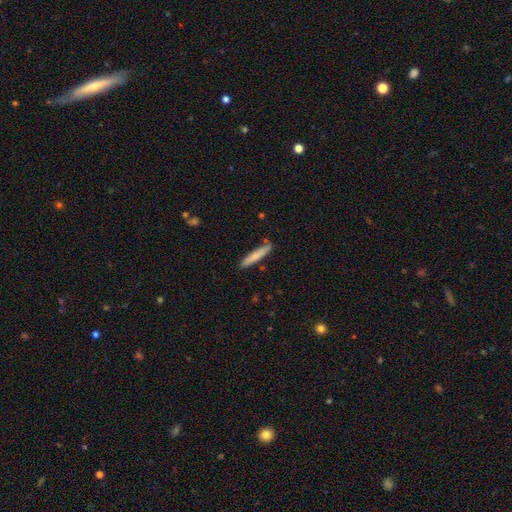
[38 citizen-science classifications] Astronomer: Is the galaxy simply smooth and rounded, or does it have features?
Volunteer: smooth — 84%.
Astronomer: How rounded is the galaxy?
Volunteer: cigar-shaped — 91%.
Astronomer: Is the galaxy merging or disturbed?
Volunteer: none — 87%.